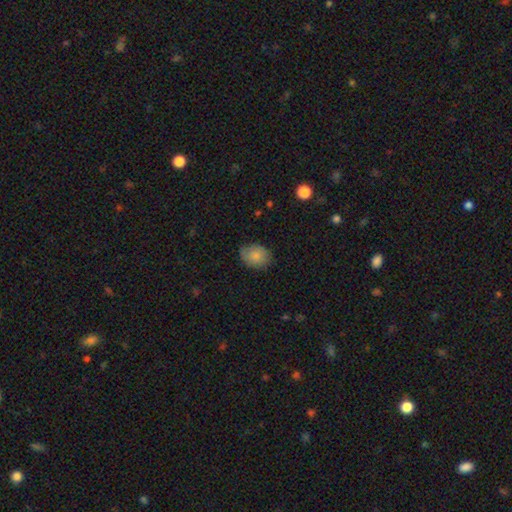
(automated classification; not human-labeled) This appears to be a smooth galaxy with no disk features (79%) that is in between round and cigar-shaped (61%). Merging: none (70%).